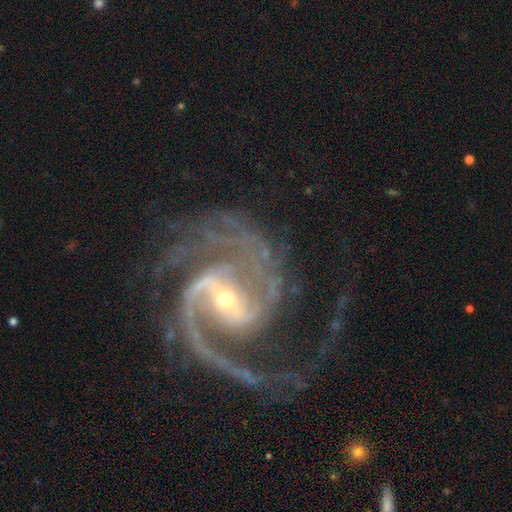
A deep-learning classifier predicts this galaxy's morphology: A featured or disk galaxy (94%) with a strong bar (46%), 2 (69%) medium (60%) spiral arms (99%) and a small central bulge (61%). Merging: none (60%).